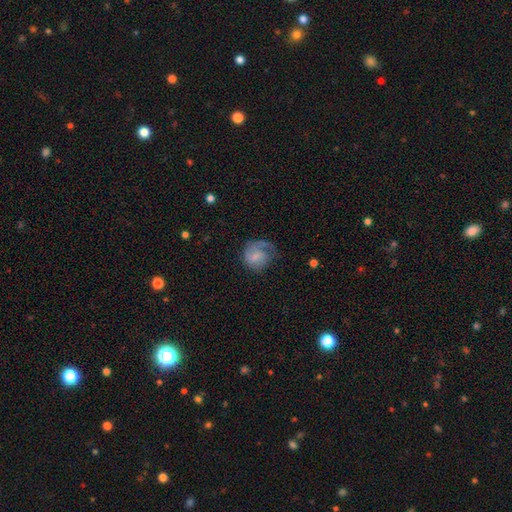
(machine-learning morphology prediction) Smooth or featured? Predicted: featured or disk (p=0.49). Merging? Predicted: none (p=0.40).